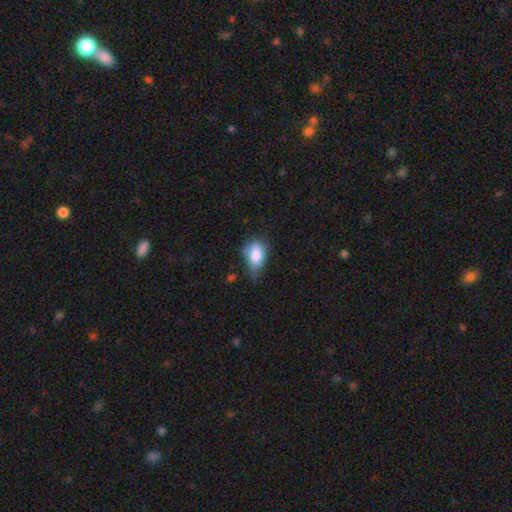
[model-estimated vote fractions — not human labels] smooth-or-featured: smooth: 80% | featured or disk: 12% | star or artifact: 8%
  how-rounded: in between: 85% | round: 13% | cigar-shaped: 3%
  merging: minor disturbance: 46% | none: 34% | major disturbance: 16% | merger: 4%